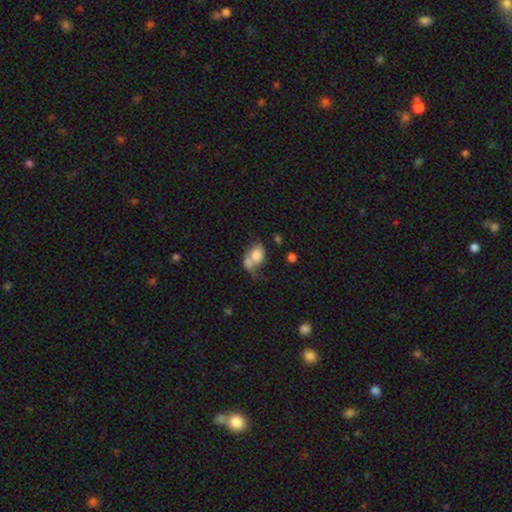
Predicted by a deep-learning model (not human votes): A smooth galaxy with no disk features (71%) that is in between round and cigar-shaped (64%).

Vote fractions:
- Smooth or featured? smooth: 71% / featured or disk: 21% / star or artifact: 9%
- How rounded? in between: 64% / round: 35% / cigar-shaped: 1%
- Merging? merger: 49% / none: 22% / major disturbance: 16% / minor disturbance: 13%